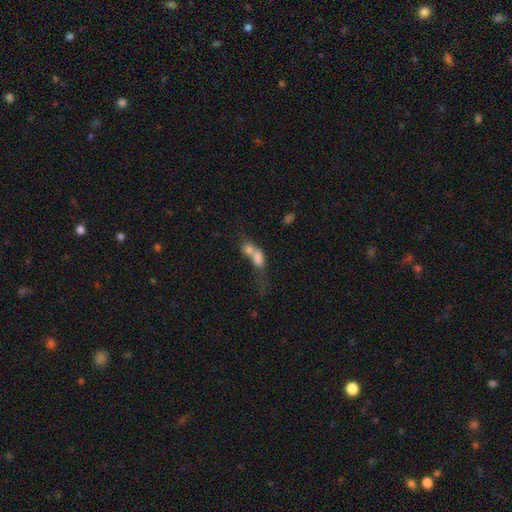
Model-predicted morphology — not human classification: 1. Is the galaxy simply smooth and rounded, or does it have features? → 67% smooth, 23% featured or disk, 11% star or artifact.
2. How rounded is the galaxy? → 62% in between, 27% round, 11% cigar-shaped.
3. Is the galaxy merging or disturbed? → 75% merger, 11% none, 9% major disturbance, 5% minor disturbance.